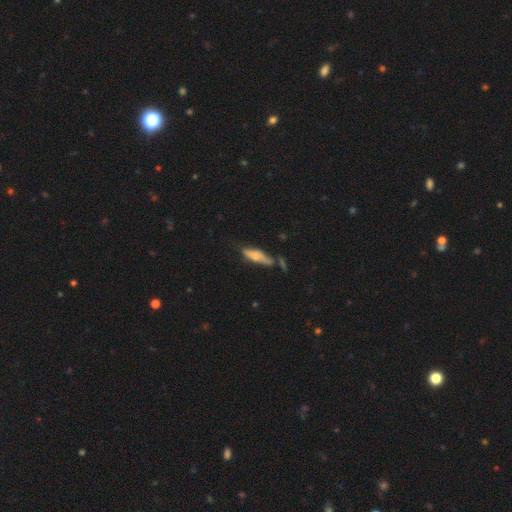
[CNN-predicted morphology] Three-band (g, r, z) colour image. It shows a smooth galaxy with no disk features (67%) that is cigar-shaped (59%). Merging: none (43%).